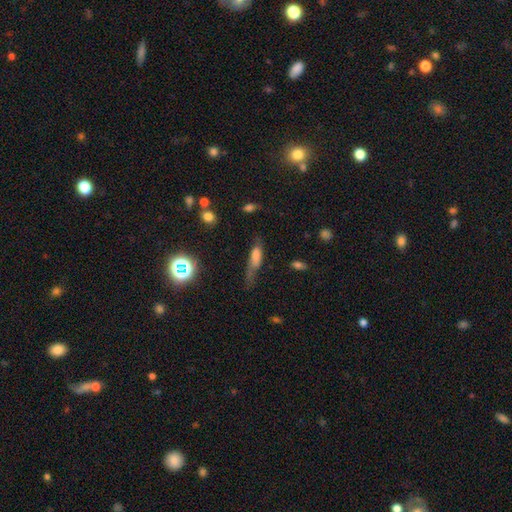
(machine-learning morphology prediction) Overall: smooth (59%; featured or disk 27%). How rounded: cigar-shaped (48%; in between 47%). Merging: none (34%; major disturbance 31%).